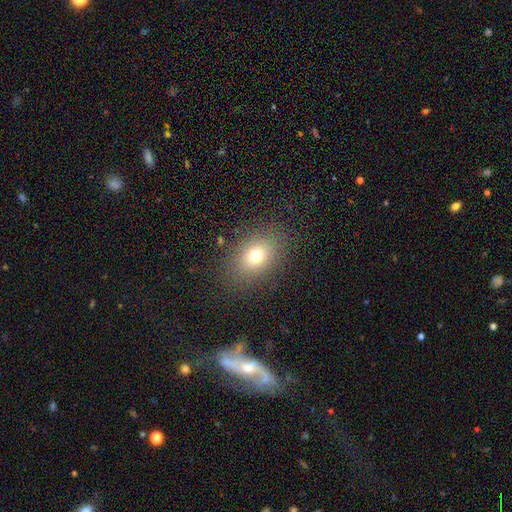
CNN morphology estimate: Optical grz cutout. It shows a smooth galaxy with no disk features (71%) that is in between round and cigar-shaped (66%). Merging: none (84%).